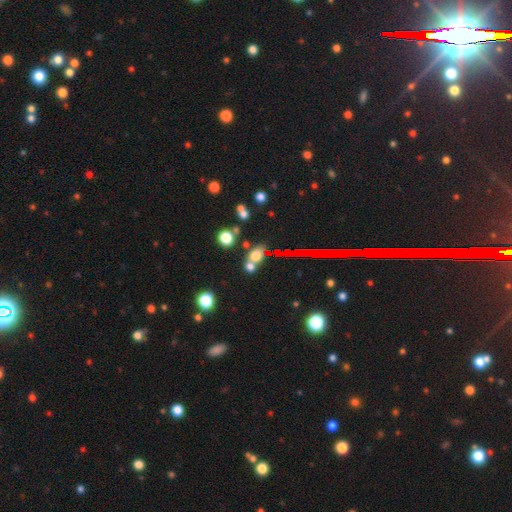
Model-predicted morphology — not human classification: Overall: smooth (63%; star or artifact 24%). How rounded: round (64%; in between 32%). Merging: none (45%; merger 43%).